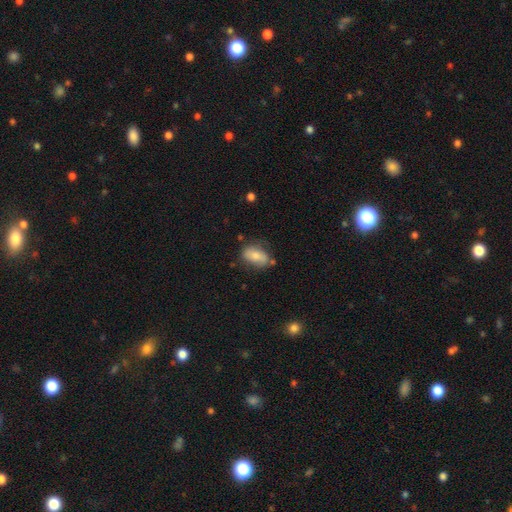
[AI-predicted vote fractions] Smooth or featured? Predicted: smooth (p=0.69). How rounded? Predicted: in between (p=0.88). Merging? Predicted: none (p=0.60).